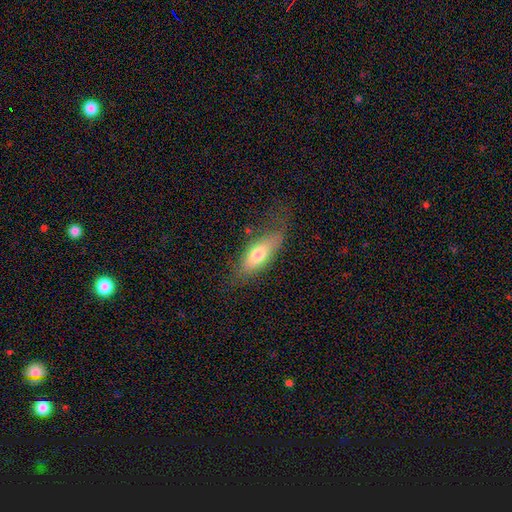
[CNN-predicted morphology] type=smooth (70%); roundness=in between (71%); merging=none (64%).